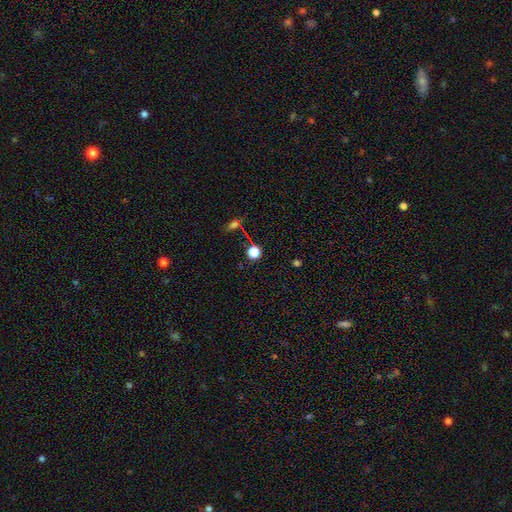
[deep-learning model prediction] smooth 58%, star or artifact 35%, featured or disk 7%. Down the decision tree: how rounded — round (90%); merging — none (83%).